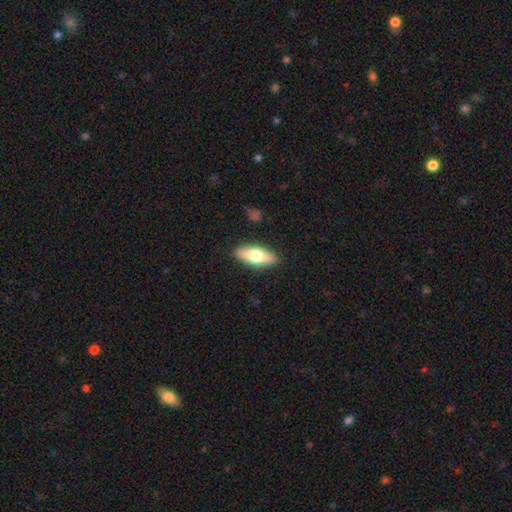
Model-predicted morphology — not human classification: Smooth or featured? Predicted: smooth (p=0.68). How rounded? Predicted: in between (p=0.75). Merging? Predicted: none (p=0.88).